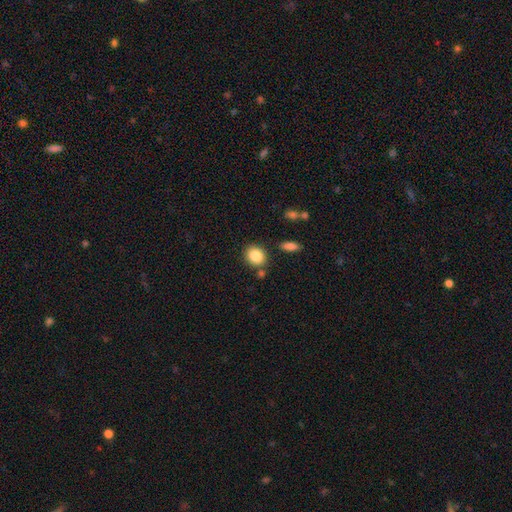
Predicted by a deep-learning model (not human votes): A smooth galaxy with no disk features (86%) that is round (65%).

Vote fractions:
- Smooth or featured? smooth: 86% / star or artifact: 8% / featured or disk: 5%
- How rounded? round: 65% / in between: 34% / cigar-shaped: 1%
- Merging? none: 79% / minor disturbance: 10% / merger: 8% / major disturbance: 3%